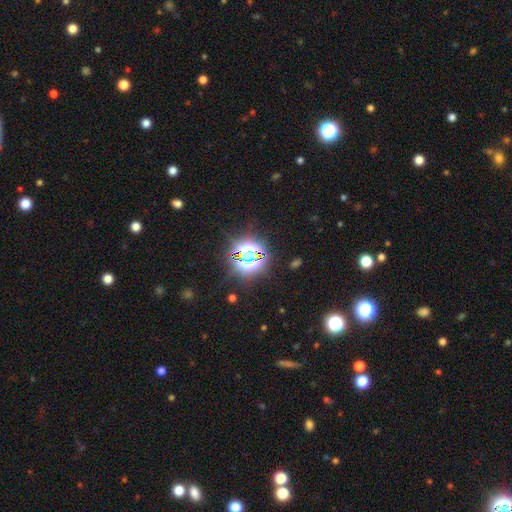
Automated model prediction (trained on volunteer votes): A star or artifact, not a galaxy (78%).

Vote fractions:
- Smooth or featured? star or artifact: 78% / smooth: 14% / featured or disk: 8%